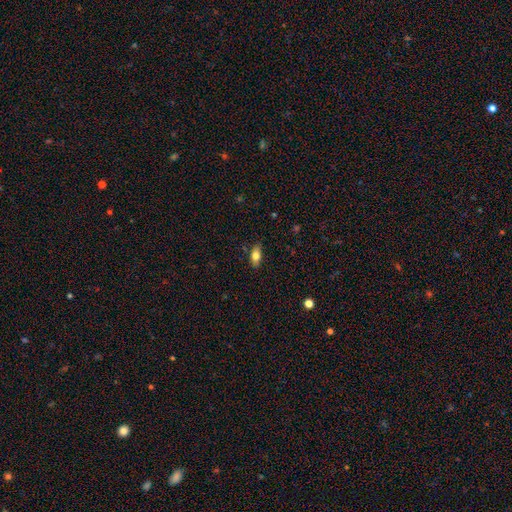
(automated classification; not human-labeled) Morphology: type=smooth (75%); roundness=in between (84%); merging=none (84%).